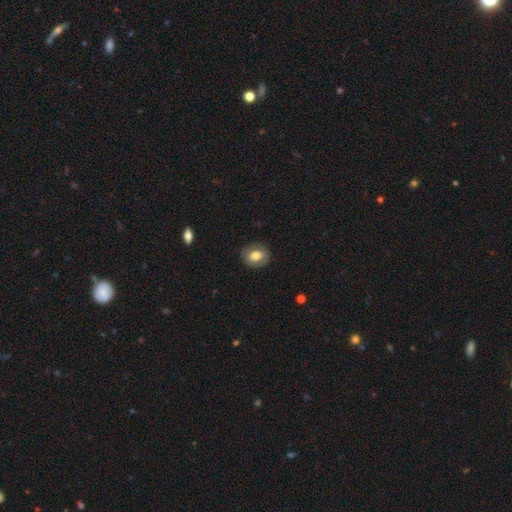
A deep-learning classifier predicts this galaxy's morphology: Smooth or featured: smooth — 62% (featured or disk — 31%)
How rounded: in between — 58% (round — 41%)
Merging: none — 83% (minor disturbance — 12%)